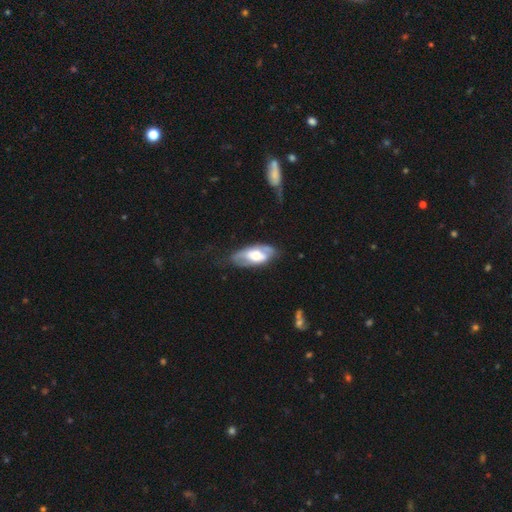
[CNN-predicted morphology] This appears to be a featured or disk galaxy (57%). Merging: none (62%).